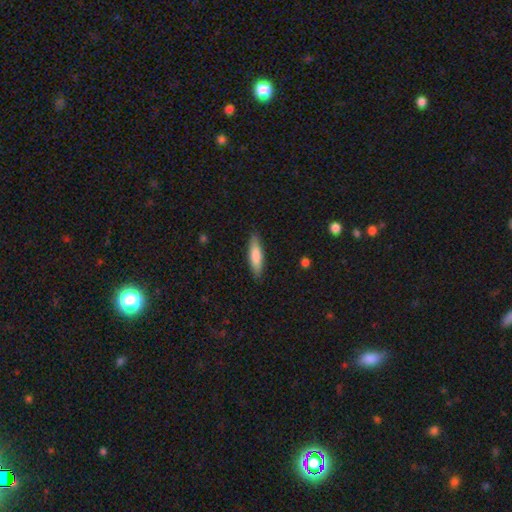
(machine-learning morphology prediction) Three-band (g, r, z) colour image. It shows a smooth galaxy with no disk features (79%) that is cigar-shaped (69%). Merging: none (88%).